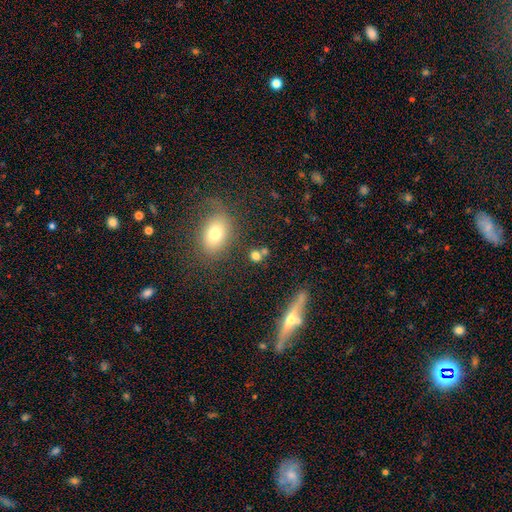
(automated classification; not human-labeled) smooth_or_featured: smooth (p=0.73) [alt: star or artifact p=0.16]
how_rounded: round (p=0.73) [alt: in between p=0.23]
merging: none (p=0.67) [alt: merger p=0.19]